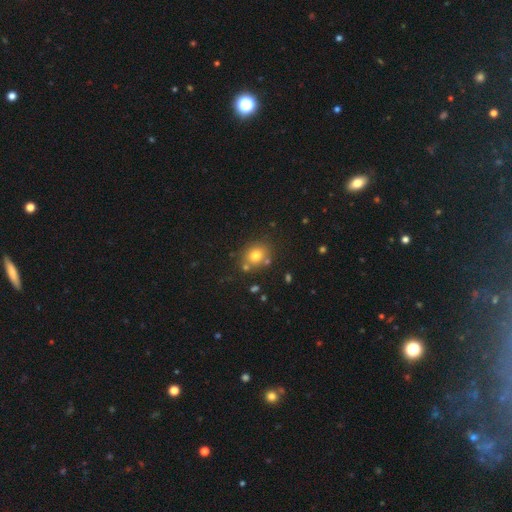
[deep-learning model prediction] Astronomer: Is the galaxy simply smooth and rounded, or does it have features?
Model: smooth — 76%.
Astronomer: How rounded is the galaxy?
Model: round — 66%.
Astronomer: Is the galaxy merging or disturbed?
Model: none — 74%.